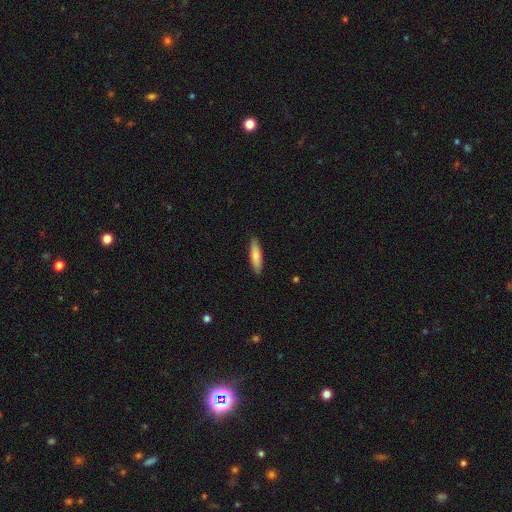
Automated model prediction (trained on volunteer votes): Smooth or featured?
  - smooth: 80% *
  - featured or disk: 15%
  - star or artifact: 5%
How rounded?
  - cigar-shaped: 70% *
  - in between: 28%
  - round: 1%
Merging?
  - none: 88% *
  - minor disturbance: 9%
  - major disturbance: 2%
  - merger: 1%